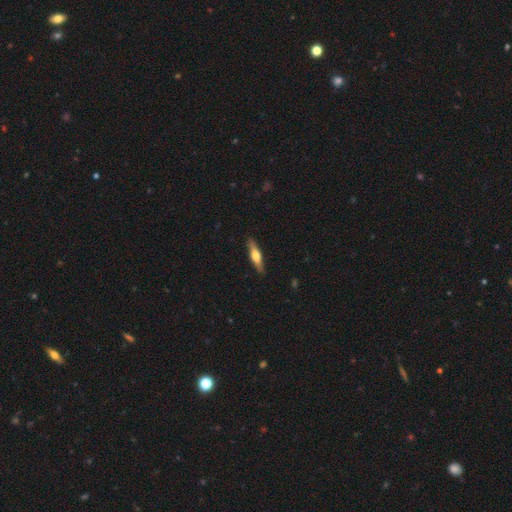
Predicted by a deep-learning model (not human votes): This is possibly a featured or disk galaxy (53%). It is clearly viewed edge-on (94%). Merging: clearly none (89%).